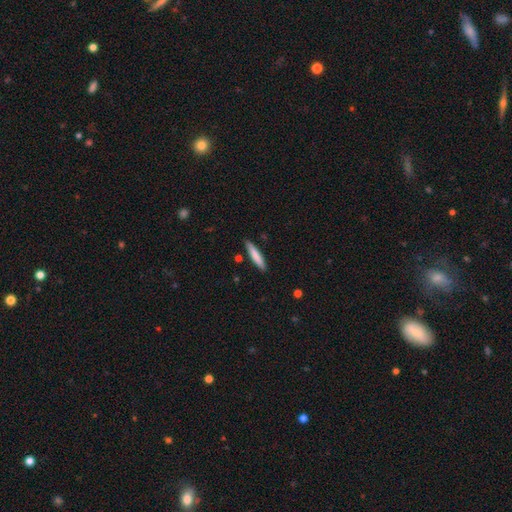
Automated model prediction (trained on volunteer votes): This is likely a smooth galaxy (79%). How rounded: clearly cigar-shaped (91%). Merging: clearly none (87%).